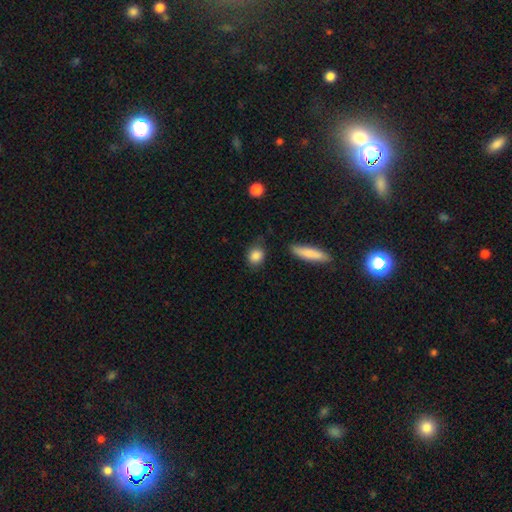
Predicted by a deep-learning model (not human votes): Smooth or featured? smooth (87%)
How rounded? round (62%)
Merging? none (78%)